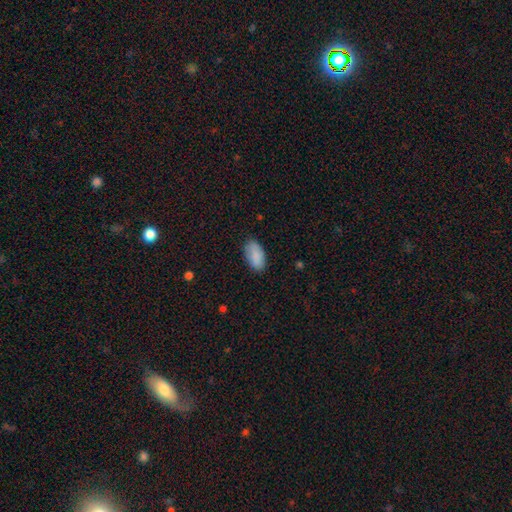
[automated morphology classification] Smooth or featured? smooth (88%)
How rounded? in between (94%)
Merging? none (83%)